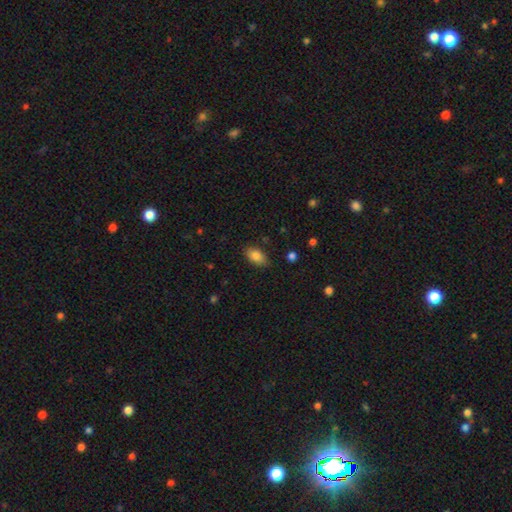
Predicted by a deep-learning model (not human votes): This appears to be a smooth galaxy with no disk features (84%) that is in between round and cigar-shaped (90%). Merging: none (82%).